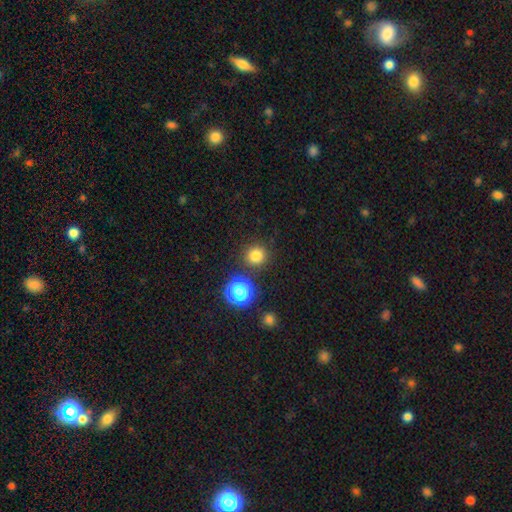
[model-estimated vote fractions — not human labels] The model was most divided on "smooth or featured": smooth: 77%, star or artifact: 18%, featured or disk: 5%. More confident: how rounded — round (94%); merging — none (86%).